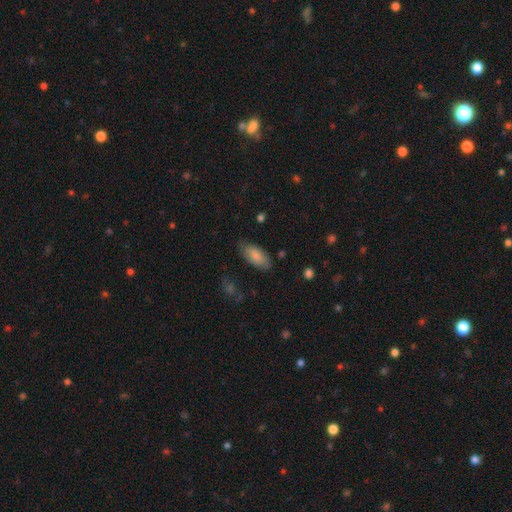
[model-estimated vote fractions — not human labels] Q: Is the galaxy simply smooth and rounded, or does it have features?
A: smooth — 85%.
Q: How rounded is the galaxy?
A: in between — 87%.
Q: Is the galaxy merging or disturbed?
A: none — 75%.